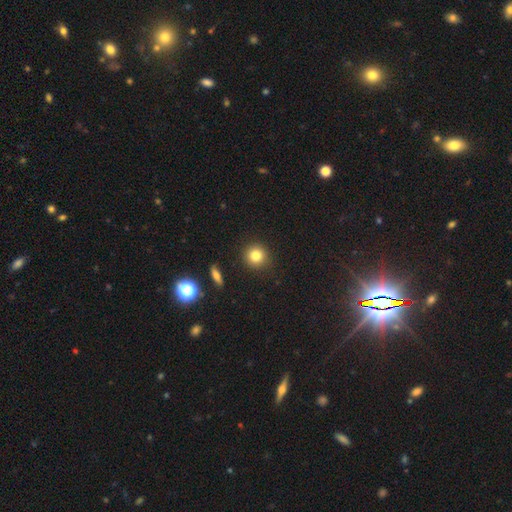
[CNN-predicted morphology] The model was most divided on "smooth or featured": smooth: 81%, star or artifact: 12%, featured or disk: 7%. More confident: how rounded — round (92%); merging — none (91%).